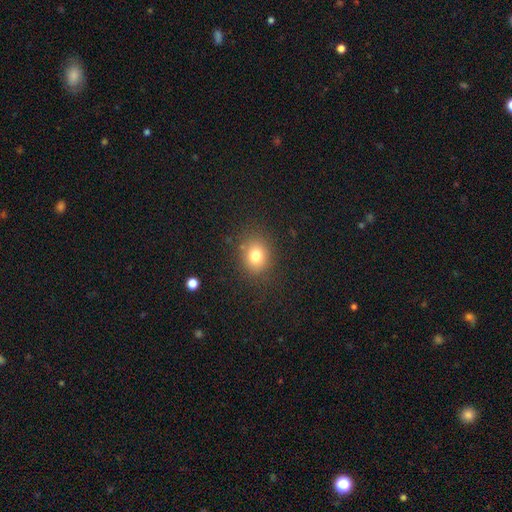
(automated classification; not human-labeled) smooth-or-featured: smooth: 78% | star or artifact: 13% | featured or disk: 9%
  how-rounded: round: 68% | in between: 32% | cigar-shaped: 1%
  merging: none: 83% | minor disturbance: 11% | major disturbance: 4% | merger: 2%